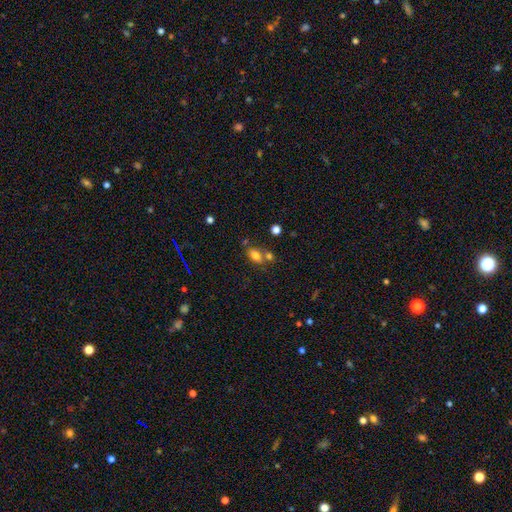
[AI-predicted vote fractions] smooth_or_featured: smooth (p=0.76) [alt: featured or disk p=0.12]
how_rounded: in between (p=0.82) [alt: round p=0.14]
merging: none (p=0.54) [alt: merger p=0.28]